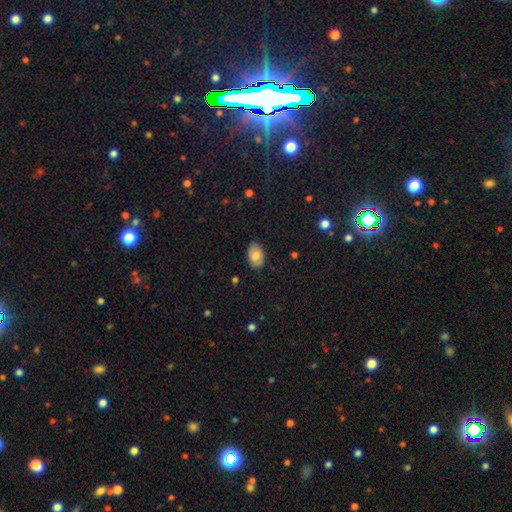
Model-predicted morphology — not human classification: The model was most divided on "smooth or featured": smooth: 80%, featured or disk: 13%, star or artifact: 8%. More confident: how rounded — in between (90%); merging — none (83%).